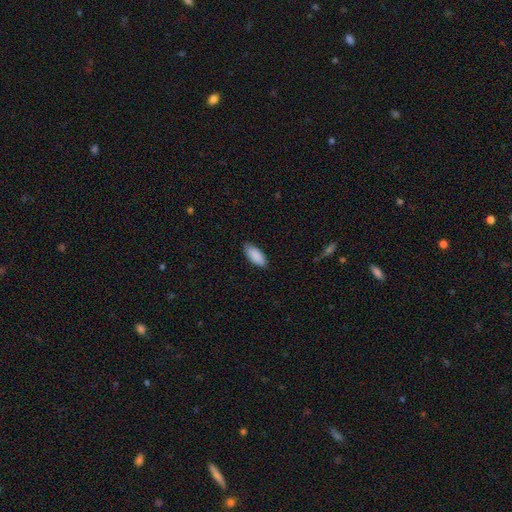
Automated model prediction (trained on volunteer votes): Q: Smooth or featured?
A: smooth (91%); runner-up: star or artifact (6%)
Q: How rounded?
A: in between (88%); runner-up: cigar-shaped (11%)
Q: Merging?
A: none (86%); runner-up: minor disturbance (11%)